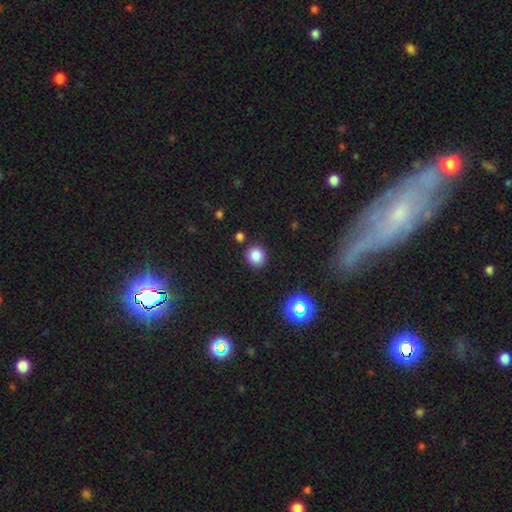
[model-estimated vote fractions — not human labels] Q: Smooth or featured?
A: smooth (83%); runner-up: star or artifact (13%)
Q: How rounded?
A: round (89%); runner-up: in between (11%)
Q: Merging?
A: none (87%); runner-up: minor disturbance (7%)